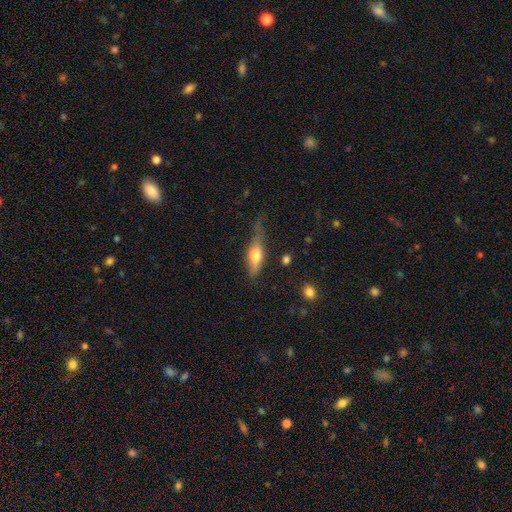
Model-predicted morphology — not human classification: Smooth or featured: smooth — 60% (featured or disk — 33%)
How rounded: in between — 58% (cigar-shaped — 38%)
Merging: none — 42% (minor disturbance — 35%)